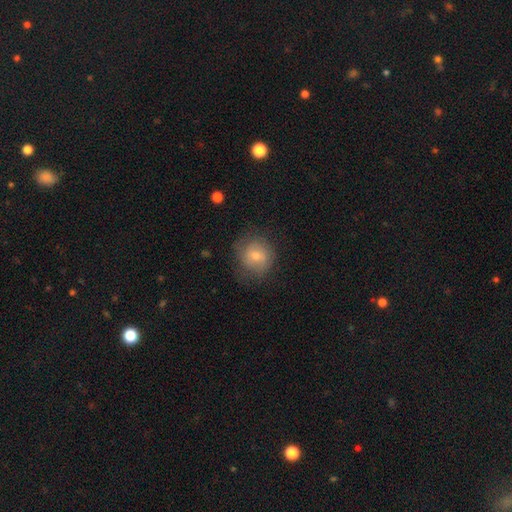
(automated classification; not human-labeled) Q: Smooth or featured?
A: smooth (62%); runner-up: featured or disk (28%)
Q: How rounded?
A: round (86%); runner-up: in between (13%)
Q: Merging?
A: none (75%); runner-up: minor disturbance (17%)